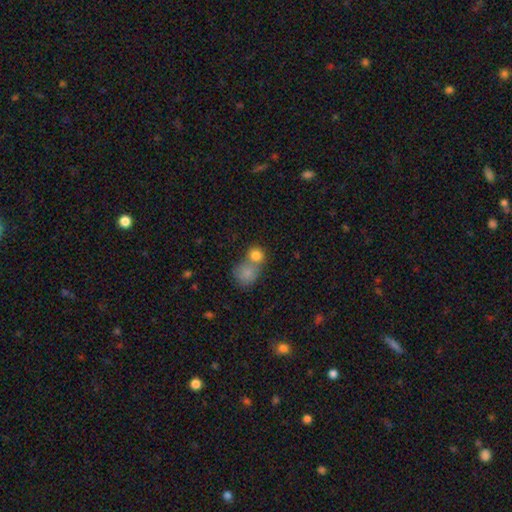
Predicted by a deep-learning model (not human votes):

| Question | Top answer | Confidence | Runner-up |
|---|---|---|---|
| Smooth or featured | smooth | 81% | star or artifact (10%) |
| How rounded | round | 77% | in between (21%) |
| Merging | merger | 53% | none (37%) |